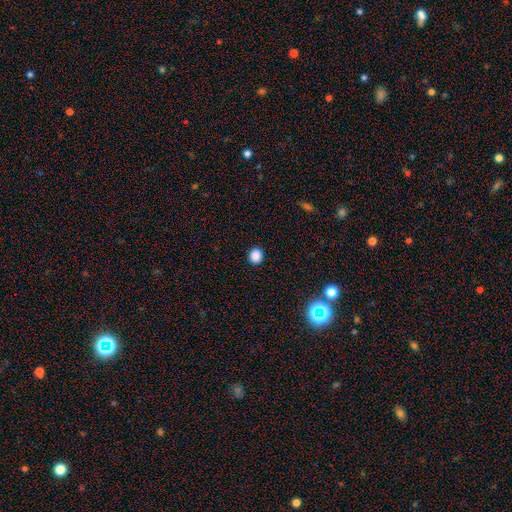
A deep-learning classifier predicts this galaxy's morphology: smooth_or_featured: smooth (p=0.86) [alt: star or artifact p=0.11]
how_rounded: round (p=0.83) [alt: in between p=0.16]
merging: none (p=0.92) [alt: minor disturbance p=0.05]